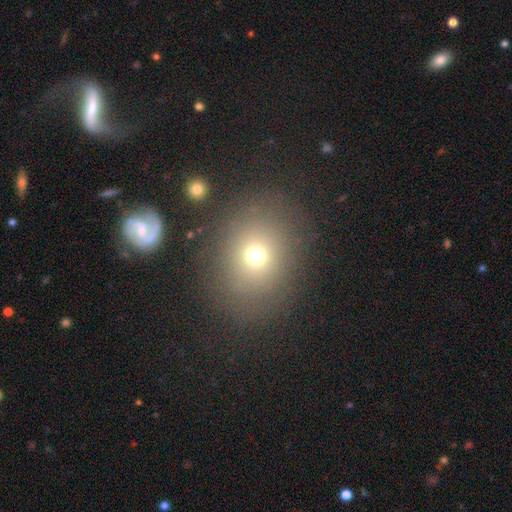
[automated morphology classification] Q: Smooth or featured?
A: smooth (69%); runner-up: star or artifact (17%)
Q: How rounded?
A: round (55%); runner-up: in between (44%)
Q: Merging?
A: none (79%); runner-up: minor disturbance (12%)